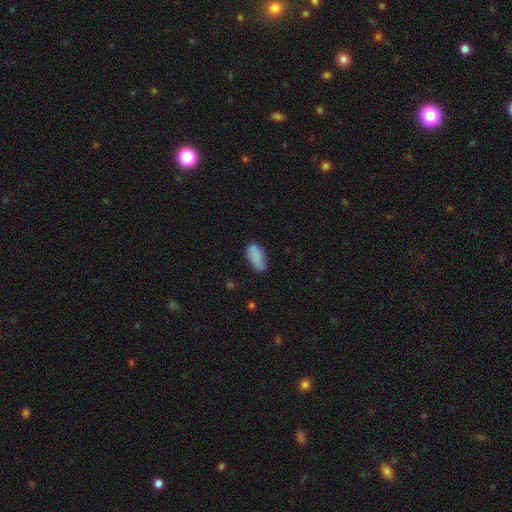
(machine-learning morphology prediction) A smooth galaxy with no disk features (83%) that is in between round and cigar-shaped (90%). Merging: none (69%).